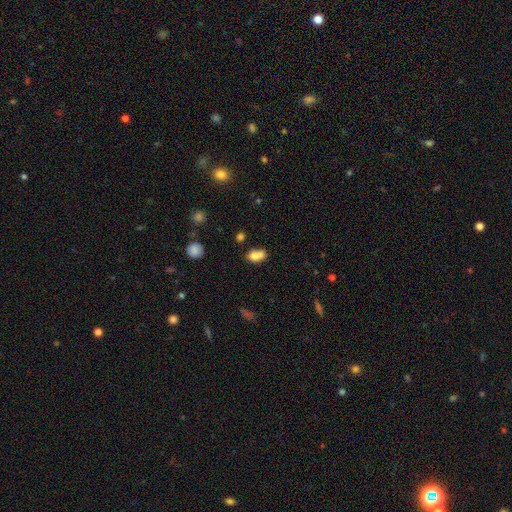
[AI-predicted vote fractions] smooth 73%, featured or disk 16%, star or artifact 10%. Down the decision tree: how rounded — in between (63%); merging — merger (59%).